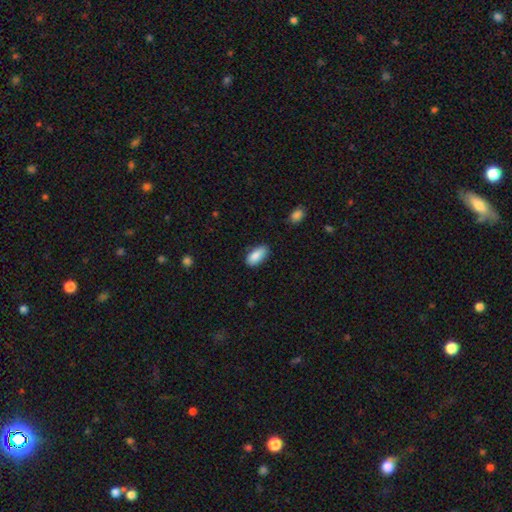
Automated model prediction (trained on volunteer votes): smooth 86%, featured or disk 7%, star or artifact 7%. Down the decision tree: how rounded — in between (91%); merging — none (82%).